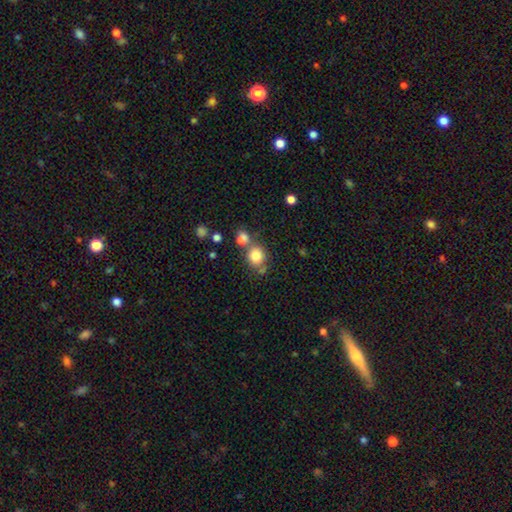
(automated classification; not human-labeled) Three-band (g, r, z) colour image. It shows a smooth galaxy with no disk features (80%) that is round (78%). Merging: none (59%).